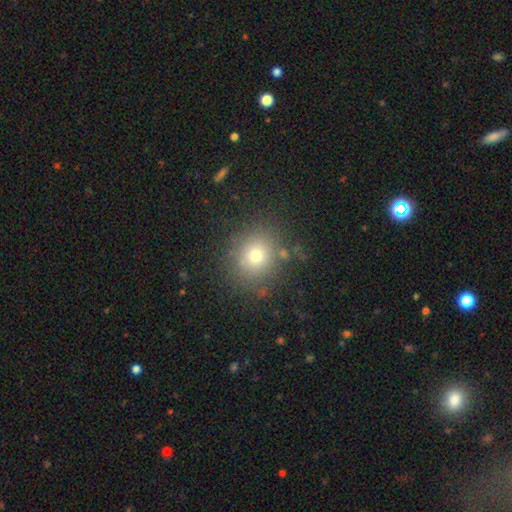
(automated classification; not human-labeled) smooth_or_featured: smooth (p=0.73) [alt: star or artifact p=0.16]
how_rounded: round (p=0.84) [alt: in between p=0.15]
merging: none (p=0.83) [alt: minor disturbance p=0.10]